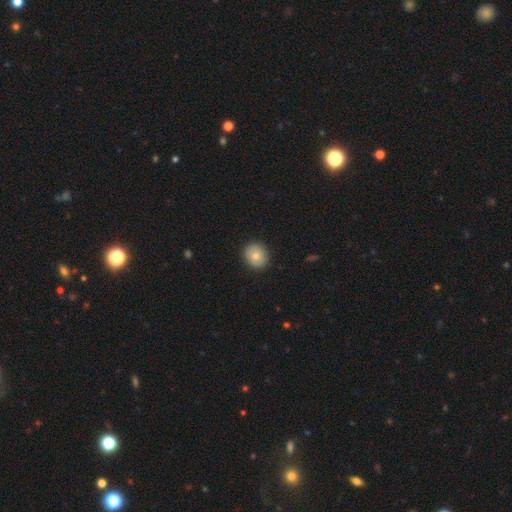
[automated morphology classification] This appears to be a smooth galaxy with no disk features (76%) that is round (77%). Merging: none (90%).